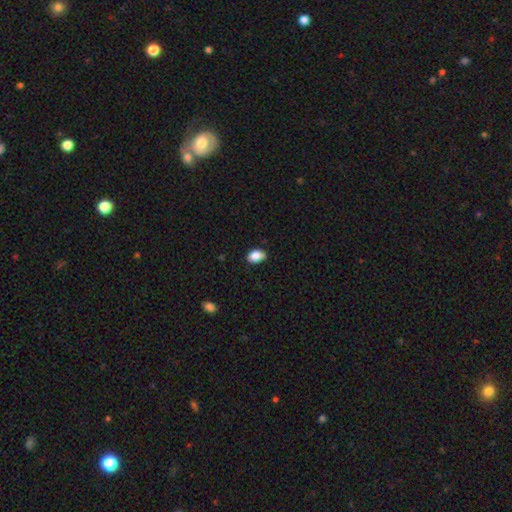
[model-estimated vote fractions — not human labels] Overall: smooth (86%). How rounded: in between (85%). Merging: none (80%).